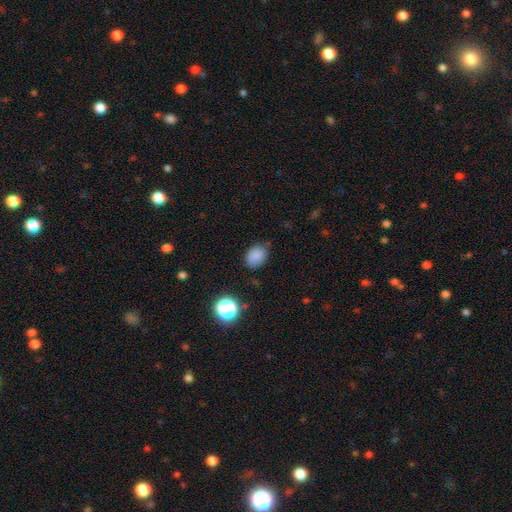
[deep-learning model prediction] smooth 83%, star or artifact 12%, featured or disk 5%. Down the decision tree: how rounded — in between (56%); merging — none (73%).